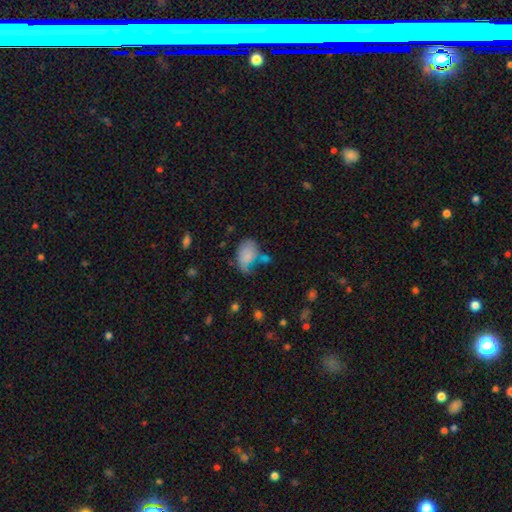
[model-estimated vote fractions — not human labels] A smooth galaxy with no disk features (69%) that is in between round and cigar-shaped (81%). Merging: none (37%).